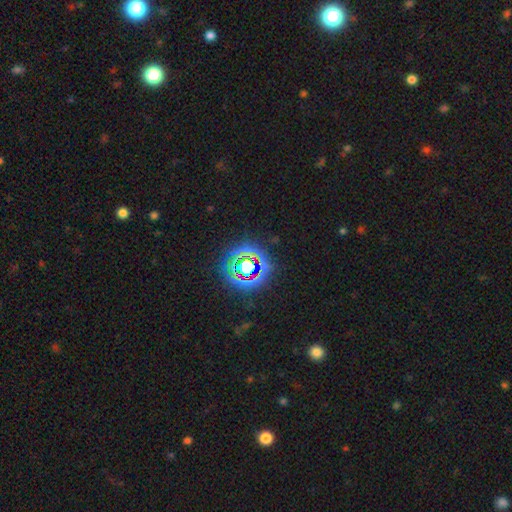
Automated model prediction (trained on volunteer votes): Smooth or featured?
  - star or artifact: 74% *
  - smooth: 17%
  - featured or disk: 9%